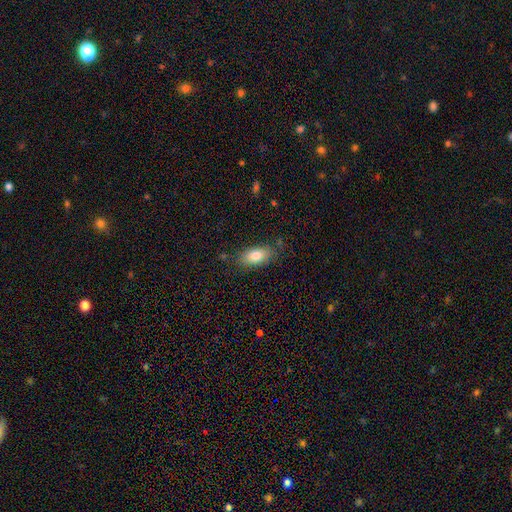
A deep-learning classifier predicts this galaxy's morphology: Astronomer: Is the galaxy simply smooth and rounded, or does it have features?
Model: smooth — 82%.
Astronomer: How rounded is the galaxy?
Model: in between — 88%.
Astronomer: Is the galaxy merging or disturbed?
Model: none — 79%.